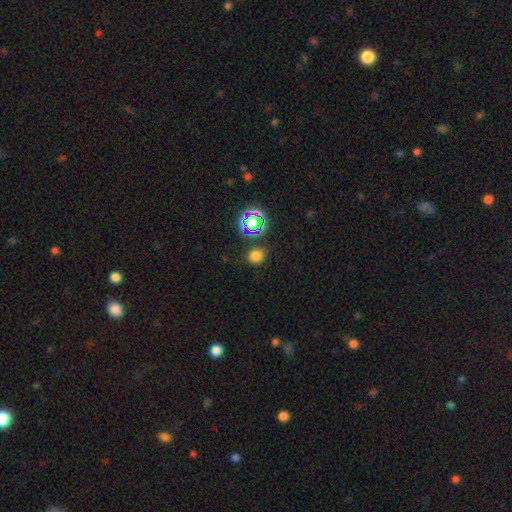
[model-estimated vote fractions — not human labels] Smooth or featured? Predicted: smooth (p=0.71). How rounded? Predicted: round (p=0.84). Merging? Predicted: none (p=0.81).